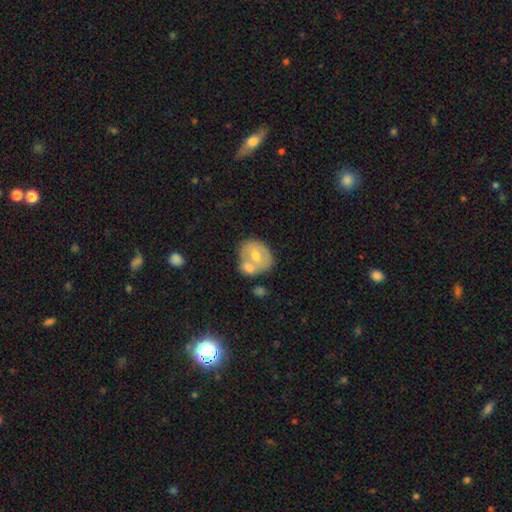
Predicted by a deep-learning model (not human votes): smooth_or_featured: smooth (p=0.49) [alt: featured or disk p=0.43]
merging: merger (p=0.42) [alt: none p=0.41]